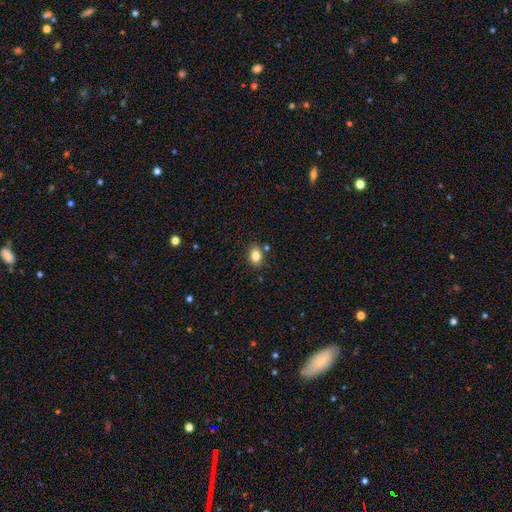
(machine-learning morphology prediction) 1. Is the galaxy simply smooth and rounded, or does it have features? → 84% smooth, 10% star or artifact, 6% featured or disk.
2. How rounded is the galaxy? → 76% in between, 23% round, 1% cigar-shaped.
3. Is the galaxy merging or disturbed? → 83% none, 10% minor disturbance, 5% merger, 2% major disturbance.